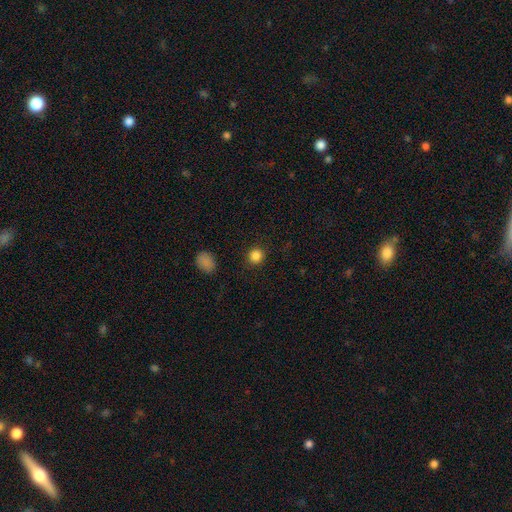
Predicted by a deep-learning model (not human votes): This is clearly a smooth galaxy (85%). How rounded: clearly round (91%). Merging: clearly none (90%).